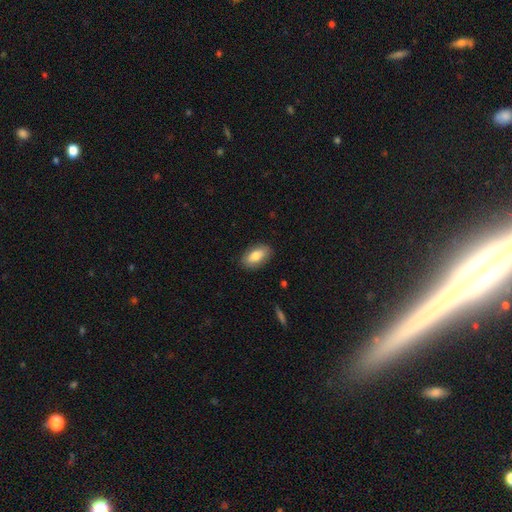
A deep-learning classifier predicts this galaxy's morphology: Q: Smooth or featured?
A: smooth (79%); runner-up: featured or disk (14%)
Q: How rounded?
A: in between (92%); runner-up: round (4%)
Q: Merging?
A: none (85%); runner-up: minor disturbance (11%)